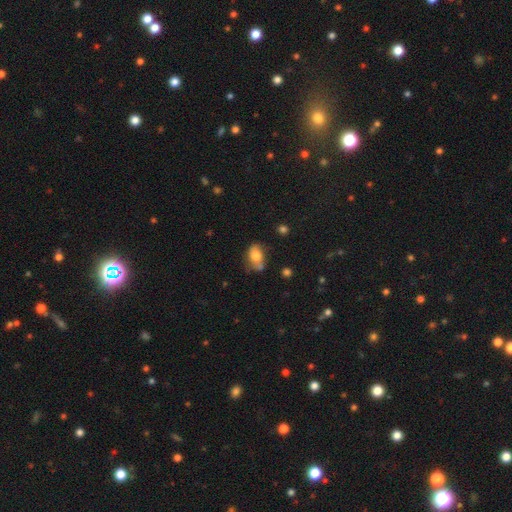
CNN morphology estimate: Smooth or featured?
  - smooth: 72% *
  - featured or disk: 19%
  - star or artifact: 9%
How rounded?
  - in between: 83% *
  - round: 15%
  - cigar-shaped: 2%
Merging?
  - none: 50% *
  - minor disturbance: 29%
  - merger: 11%
  - major disturbance: 9%